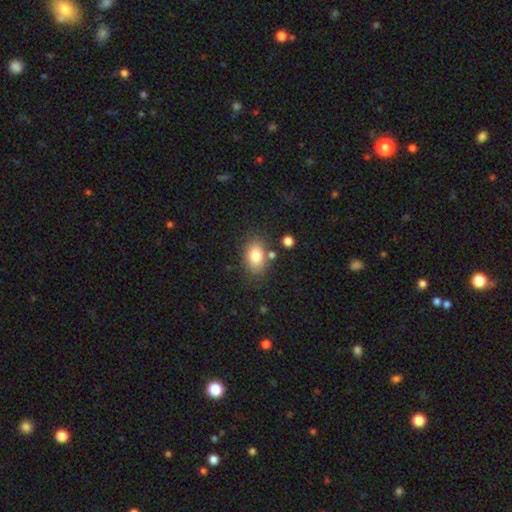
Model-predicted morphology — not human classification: A smooth galaxy with no disk features (80%) that is in between round and cigar-shaped (82%). Merging: none (74%).